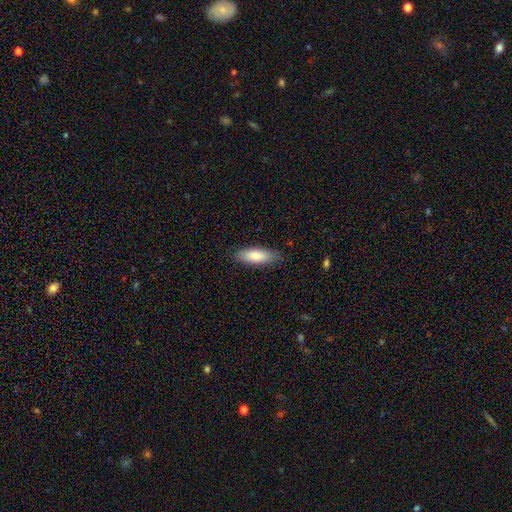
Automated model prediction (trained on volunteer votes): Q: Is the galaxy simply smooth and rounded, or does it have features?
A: smooth — 81%.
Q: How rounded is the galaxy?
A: in between — 63%.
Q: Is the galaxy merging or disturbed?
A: none — 83%.